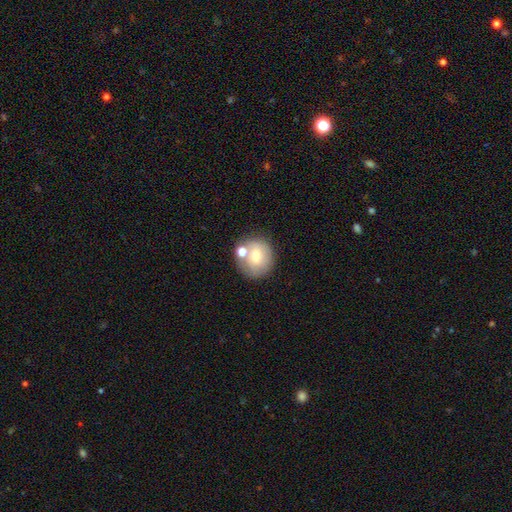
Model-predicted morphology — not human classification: This appears to be a smooth galaxy with no disk features (66%) that is round (83%). Merging: none (60%).